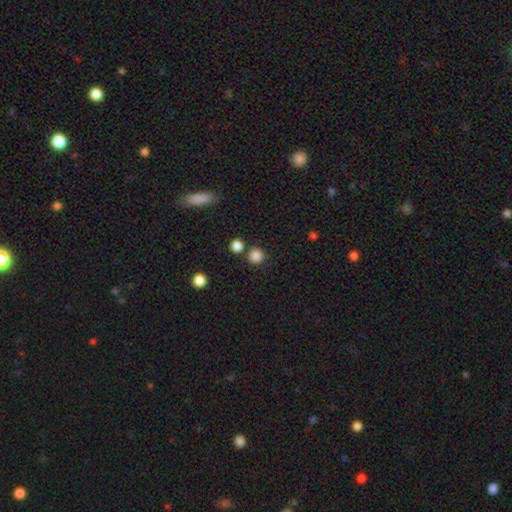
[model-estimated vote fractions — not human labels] This appears to be a smooth galaxy with no disk features (84%) that is round (94%). Merging: none (80%).